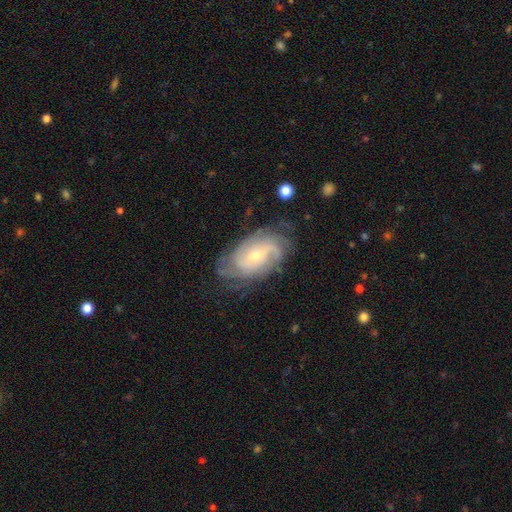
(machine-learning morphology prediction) Q: Smooth or featured?
A: featured or disk (83%); runner-up: smooth (11%)
Q: Edge-on disk?
A: no (95%); runner-up: yes (5%)
Q: Bar?
A: no (48%); runner-up: weak (41%)
Q: Spiral arms?
A: yes (95%); runner-up: no (5%)
Q: Spiral winding?
A: tight (57%); runner-up: medium (33%)
Q: Spiral arm count?
A: can't tell (35%); runner-up: 2 (21%)
Q: Bulge size?
A: small (58%); runner-up: moderate (38%)
Q: Merging?
A: none (71%); runner-up: minor disturbance (20%)